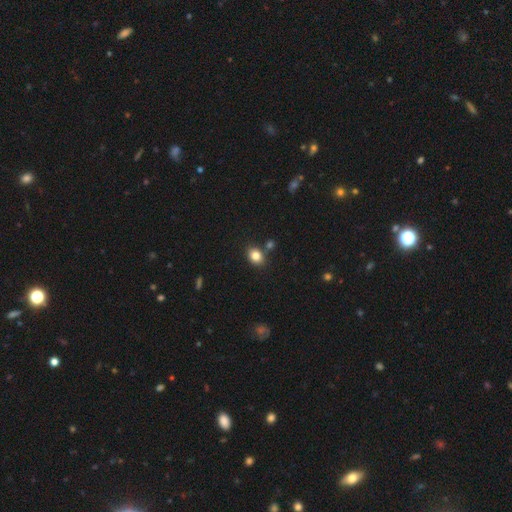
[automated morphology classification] This is clearly a smooth galaxy (83%). How rounded: possibly in between (58%). Merging: likely none (78%).